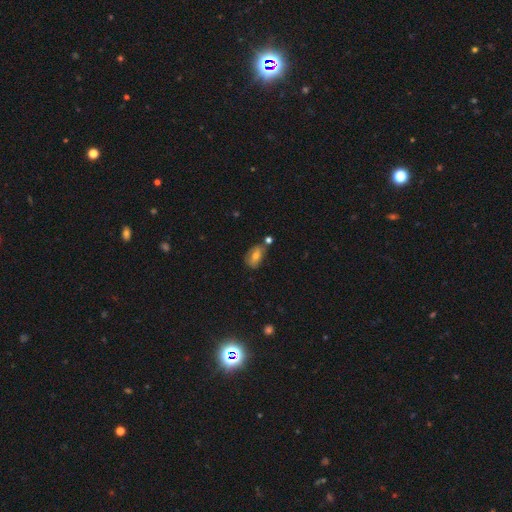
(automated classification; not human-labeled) smooth-or-featured: smooth: 61% | featured or disk: 28% | star or artifact: 10%
  how-rounded: in between: 85% | round: 11% | cigar-shaped: 3%
  merging: none: 58% | minor disturbance: 22% | merger: 14% | major disturbance: 6%